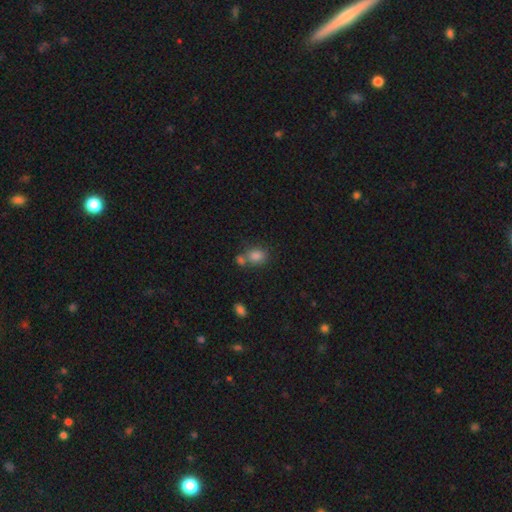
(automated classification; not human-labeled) smooth-or-featured: smooth: 82% | star or artifact: 11% | featured or disk: 7%
  how-rounded: in between: 50% | round: 49% | cigar-shaped: 1%
  merging: none: 51% | merger: 33% | minor disturbance: 12% | major disturbance: 5%